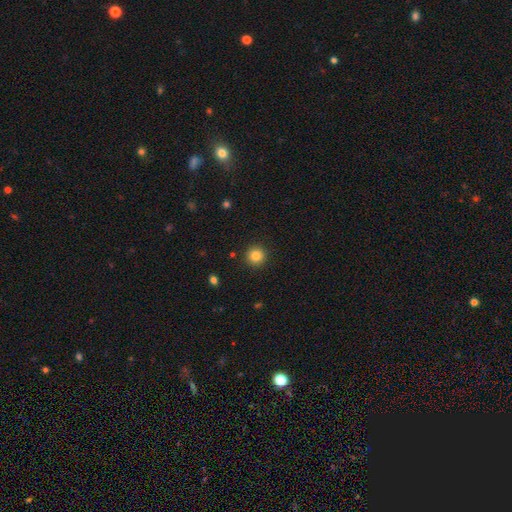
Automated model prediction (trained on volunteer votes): The model was most divided on "smooth or featured": smooth: 85%, star or artifact: 10%, featured or disk: 5%. More confident: how rounded — round (95%); merging — none (92%).